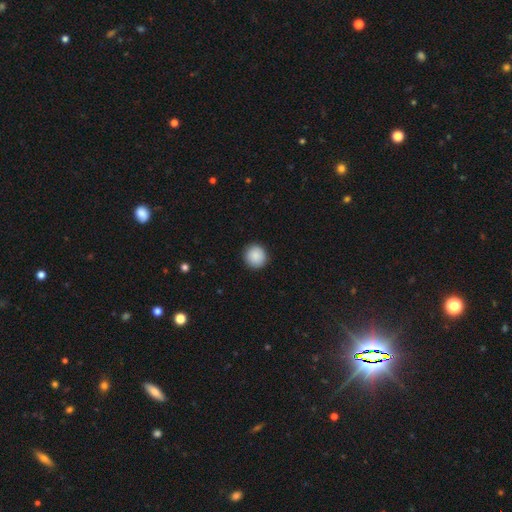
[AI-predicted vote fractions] Smooth or featured?
  - smooth: 89% *
  - star or artifact: 7%
  - featured or disk: 4%
How rounded?
  - round: 94% *
  - in between: 5%
  - cigar-shaped: 1%
Merging?
  - none: 92% *
  - minor disturbance: 5%
  - major disturbance: 2%
  - merger: 1%